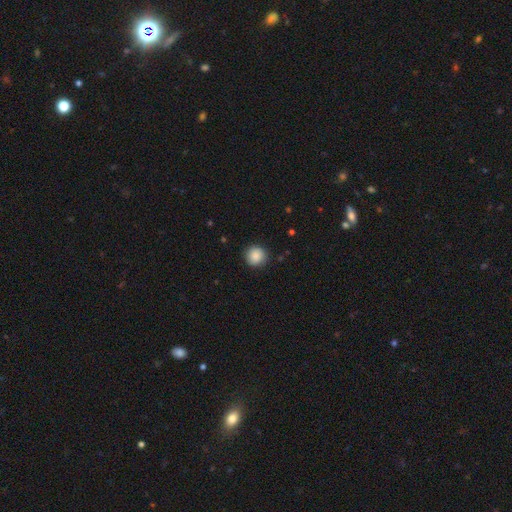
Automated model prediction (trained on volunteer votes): Smooth or featured: smooth — 88% (star or artifact — 8%)
How rounded: round — 94% (in between — 5%)
Merging: none — 89% (minor disturbance — 7%)